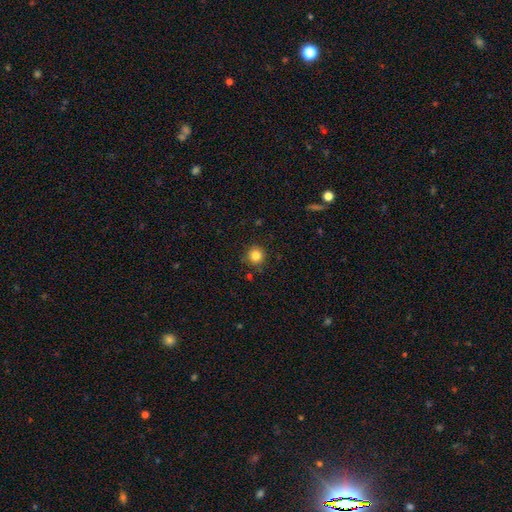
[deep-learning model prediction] A smooth galaxy with no disk features (84%) that is round (95%).

Vote fractions:
- Smooth or featured? smooth: 84% / star or artifact: 11% / featured or disk: 5%
- How rounded? round: 95% / in between: 4% / cigar-shaped: 1%
- Merging? none: 88% / minor disturbance: 8% / merger: 2% / major disturbance: 2%